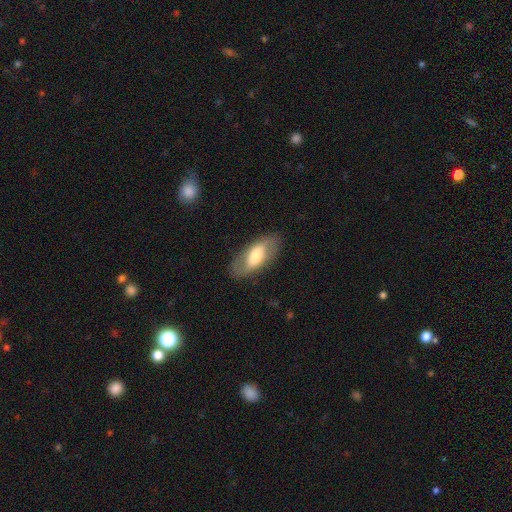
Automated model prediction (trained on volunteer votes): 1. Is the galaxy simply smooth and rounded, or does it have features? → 48% smooth, 46% featured or disk, 6% star or artifact.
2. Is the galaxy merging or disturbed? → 81% none, 13% minor disturbance, 5% major disturbance, 1% merger.